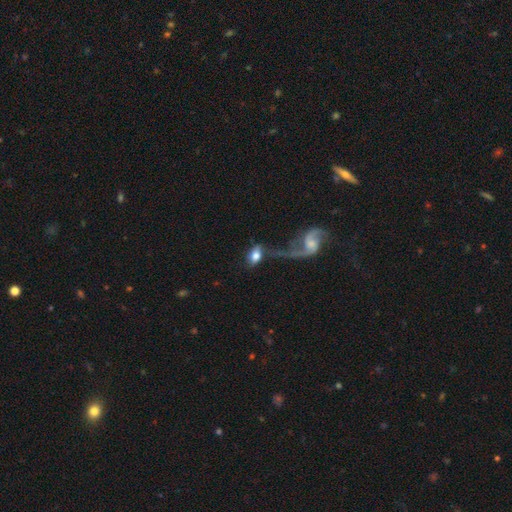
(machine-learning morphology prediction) type=smooth (61%); roundness=in between (87%); merging=merger (39%).